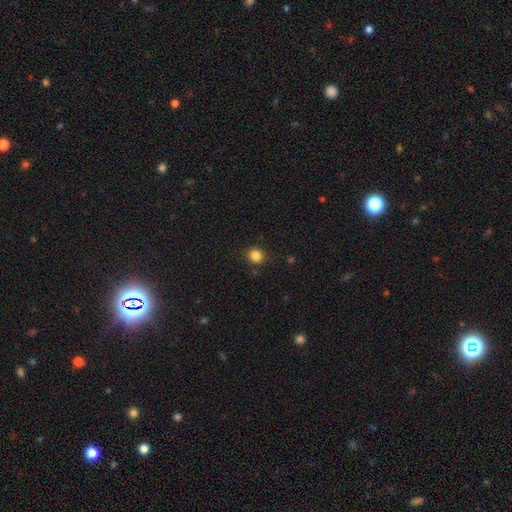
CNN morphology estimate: A smooth galaxy with no disk features (85%) that is round (84%). Merging: none (87%).